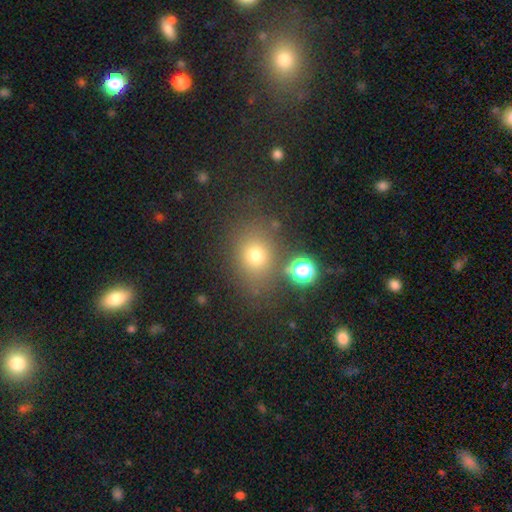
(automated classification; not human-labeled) A smooth galaxy with no disk features (71%) that is round (57%). Merging: none (73%).